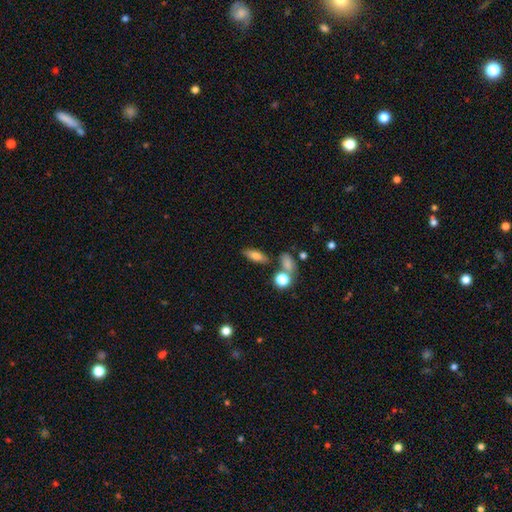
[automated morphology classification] Smooth or featured: smooth — 71% (featured or disk — 20%)
How rounded: in between — 68% (cigar-shaped — 25%)
Merging: none — 73% (minor disturbance — 12%)